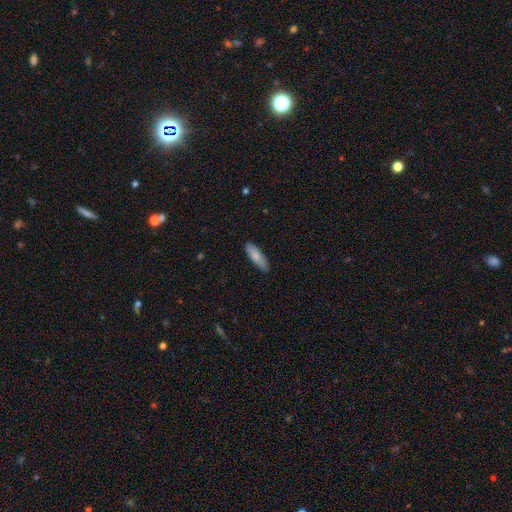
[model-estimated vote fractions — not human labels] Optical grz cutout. It shows a smooth galaxy with no disk features (82%) that is in between round and cigar-shaped (50%). Merging: none (88%).